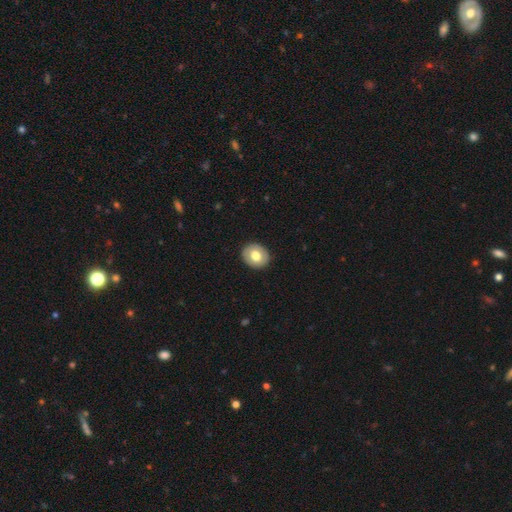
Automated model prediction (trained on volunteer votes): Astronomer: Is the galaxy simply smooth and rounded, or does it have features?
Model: smooth — 68%.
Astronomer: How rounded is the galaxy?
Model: round — 65%.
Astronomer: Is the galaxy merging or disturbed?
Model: none — 89%.